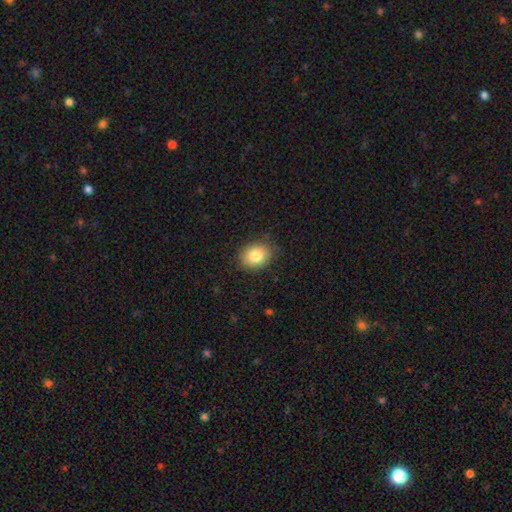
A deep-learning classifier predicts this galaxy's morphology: A smooth galaxy with no disk features (82%) that is in between round and cigar-shaped (55%). Merging: none (84%).